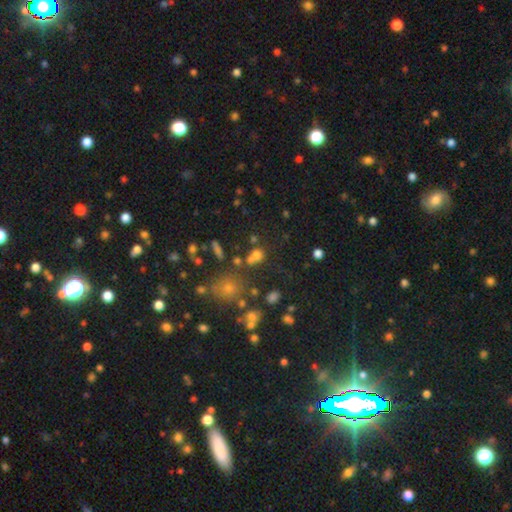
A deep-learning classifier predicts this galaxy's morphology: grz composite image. It shows a smooth galaxy with no disk features (65%) that is round (77%). Merging: none (54%).